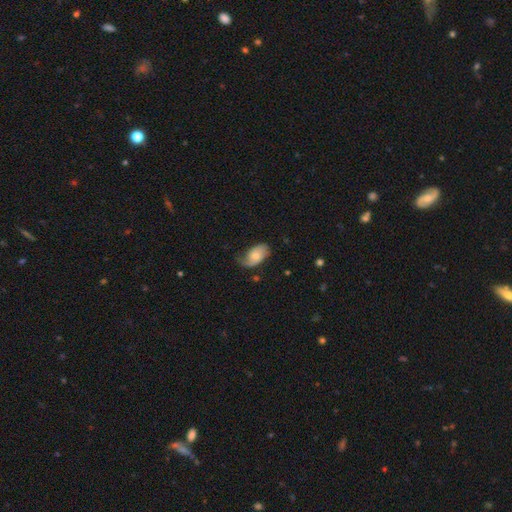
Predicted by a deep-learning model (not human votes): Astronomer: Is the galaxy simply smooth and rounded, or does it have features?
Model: smooth — 51% (runner-up: featured or disk, 42%).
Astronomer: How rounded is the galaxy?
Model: in between — 92%.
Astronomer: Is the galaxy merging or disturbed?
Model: none — 49% (runner-up: minor disturbance, 34%).